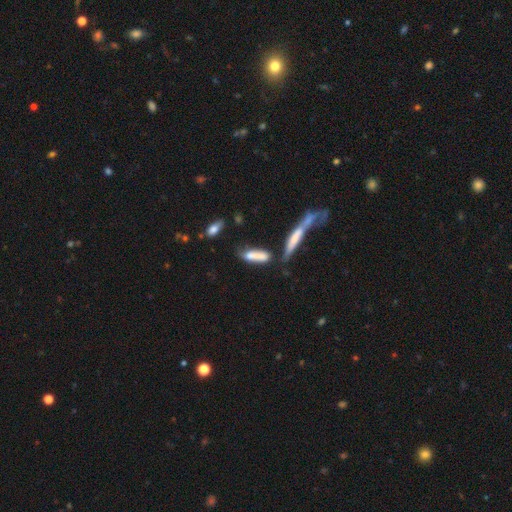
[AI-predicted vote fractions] A smooth galaxy with no disk features (71%) that is cigar-shaped (64%). Merging: none (40%).